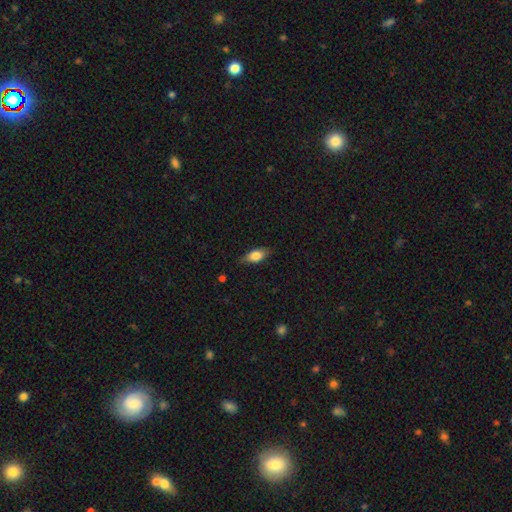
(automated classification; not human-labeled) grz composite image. It shows a smooth galaxy with no disk features (74%) that is in between round and cigar-shaped (82%). Merging: none (79%).